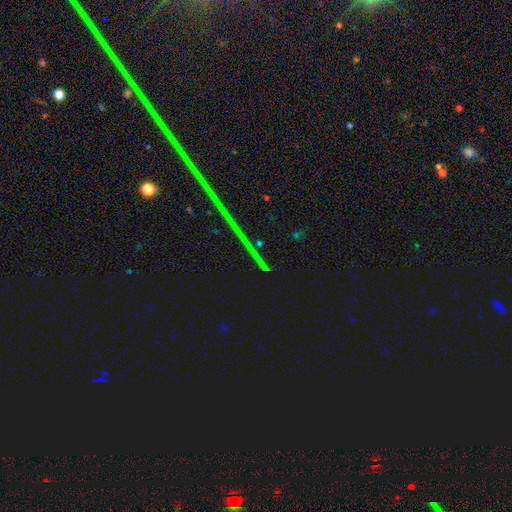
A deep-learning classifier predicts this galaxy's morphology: A star or artifact, not a galaxy (88%).

Vote fractions:
- Smooth or featured? star or artifact: 88% / featured or disk: 7% / smooth: 5%